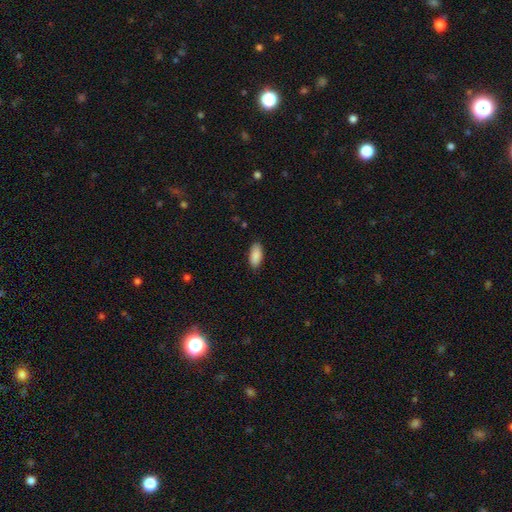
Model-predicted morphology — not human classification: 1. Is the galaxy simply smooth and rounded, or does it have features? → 90% smooth, 6% star or artifact, 4% featured or disk.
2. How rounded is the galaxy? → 89% in between, 9% cigar-shaped, 2% round.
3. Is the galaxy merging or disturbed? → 86% none, 11% minor disturbance, 2% major disturbance, 1% merger.